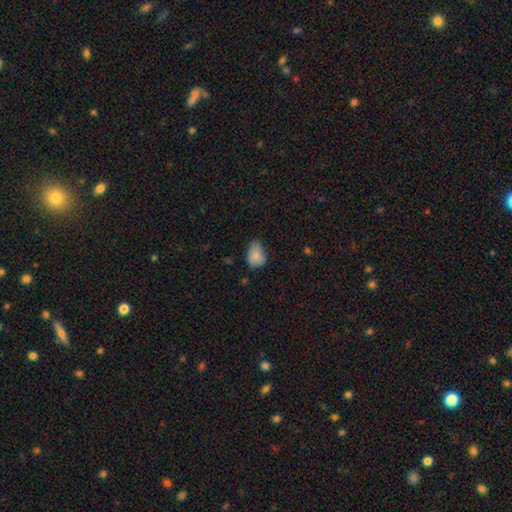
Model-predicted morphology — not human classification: smooth 81%, featured or disk 11%, star or artifact 9%. Down the decision tree: how rounded — in between (78%); merging — none (48%).